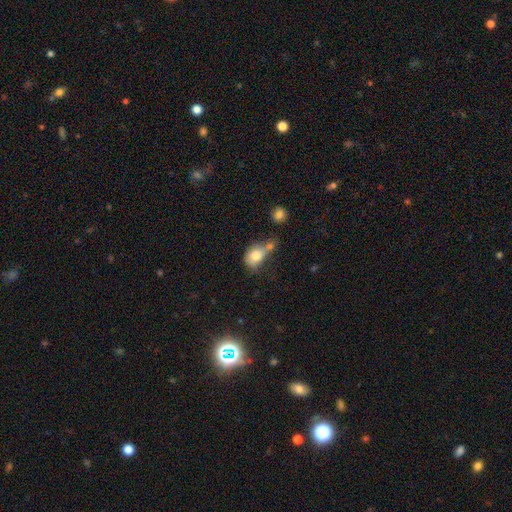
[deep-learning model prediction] Morphology: type=smooth (79%); roundness=in between (64%); merging=merger (42%).